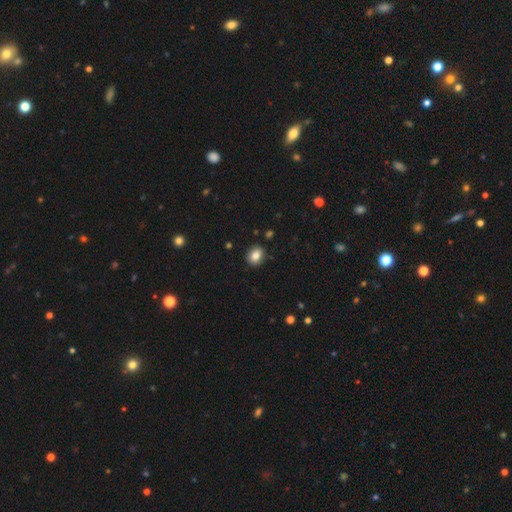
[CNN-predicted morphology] Smooth or featured? Predicted: smooth (p=0.83). How rounded? Predicted: in between (p=0.50). Merging? Predicted: none (p=0.88).